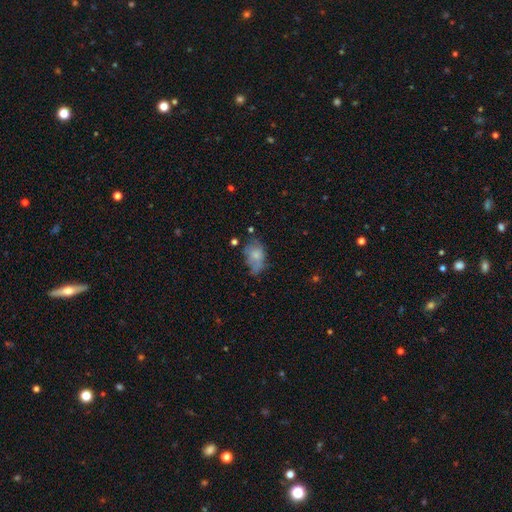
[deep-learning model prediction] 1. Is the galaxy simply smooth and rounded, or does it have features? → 63% smooth, 27% featured or disk, 10% star or artifact.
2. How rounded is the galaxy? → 86% in between, 12% round, 2% cigar-shaped.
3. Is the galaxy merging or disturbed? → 35% none, 33% minor disturbance, 22% major disturbance, 9% merger.